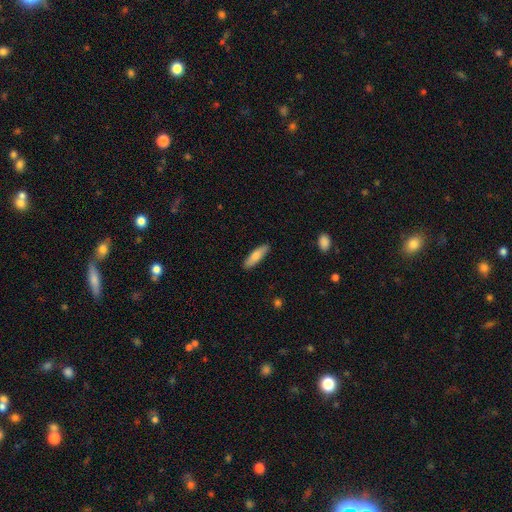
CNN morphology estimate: type=smooth (74%); roundness=cigar-shaped (56%); merging=none (88%).